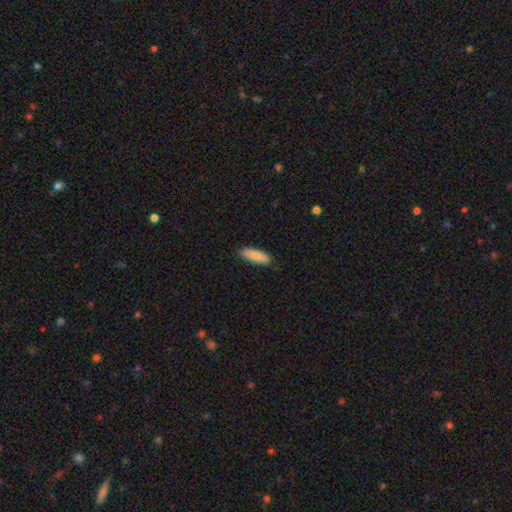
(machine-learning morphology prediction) The model was most divided on "how rounded": in between: 61%, cigar-shaped: 37%, round: 2%. More confident: smooth or featured — smooth (88%); merging — none (87%).